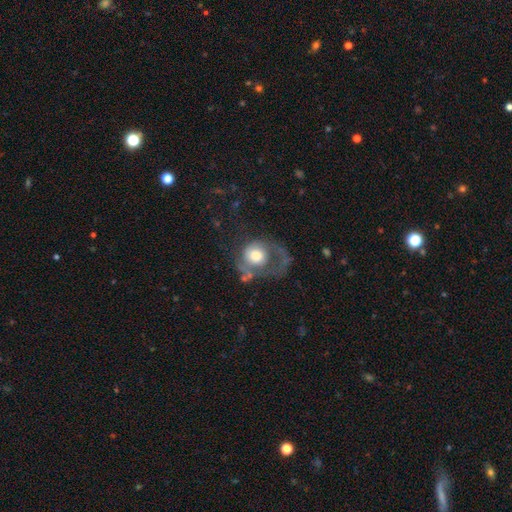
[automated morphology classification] Q: Smooth or featured?
A: smooth (49%); runner-up: featured or disk (43%)
Q: Merging?
A: major disturbance (56%); runner-up: none (22%)